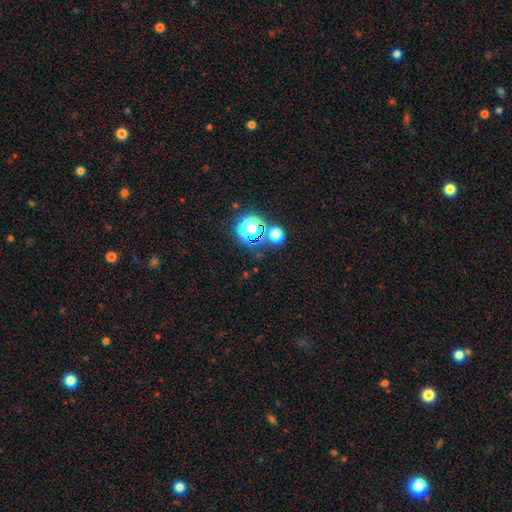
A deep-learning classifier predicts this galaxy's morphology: This appears to be a star or artifact, not a galaxy (74%).